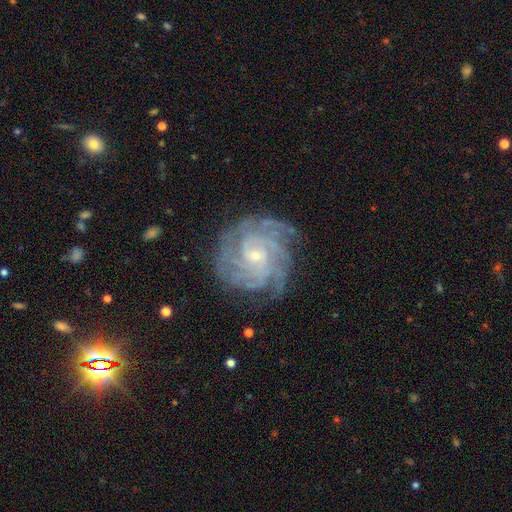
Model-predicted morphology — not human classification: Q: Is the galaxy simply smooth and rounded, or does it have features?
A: featured or disk — 88%.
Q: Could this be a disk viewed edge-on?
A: no — 98%.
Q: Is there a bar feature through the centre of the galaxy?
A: no — 58%.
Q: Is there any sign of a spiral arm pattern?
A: yes — 98%.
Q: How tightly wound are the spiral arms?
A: tight — 74%.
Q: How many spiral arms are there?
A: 4 — 29%.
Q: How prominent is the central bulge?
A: small — 76%.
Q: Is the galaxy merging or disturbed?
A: none — 79%.